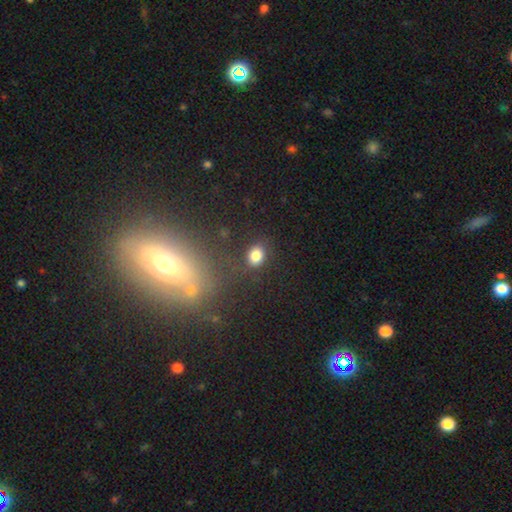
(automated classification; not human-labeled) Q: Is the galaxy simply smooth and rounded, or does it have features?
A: smooth — 83%.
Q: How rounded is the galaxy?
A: in between — 51%.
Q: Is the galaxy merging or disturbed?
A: none — 80%.